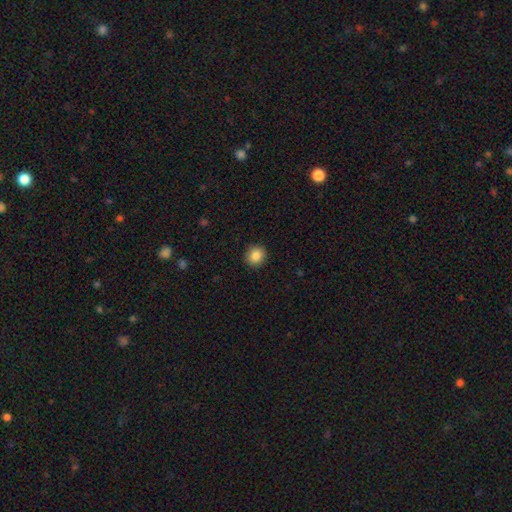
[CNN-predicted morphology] Smooth or featured? smooth (86%)
How rounded? round (87%)
Merging? none (92%)